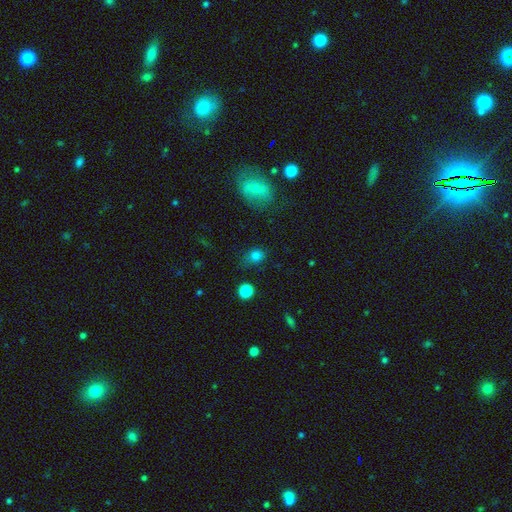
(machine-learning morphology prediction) type=smooth (80%); roundness=round (55%); merging=none (66%).